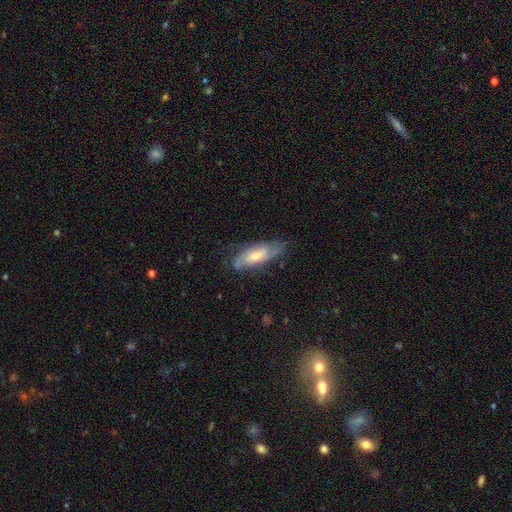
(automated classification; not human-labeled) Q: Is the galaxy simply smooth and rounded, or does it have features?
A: featured or disk — 66%.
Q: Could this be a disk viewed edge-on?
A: no — 81%.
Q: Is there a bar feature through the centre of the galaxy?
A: no — 54%.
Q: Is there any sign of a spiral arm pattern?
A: yes — 89%.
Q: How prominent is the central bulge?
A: moderate — 47%.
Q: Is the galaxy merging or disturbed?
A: none — 67%.